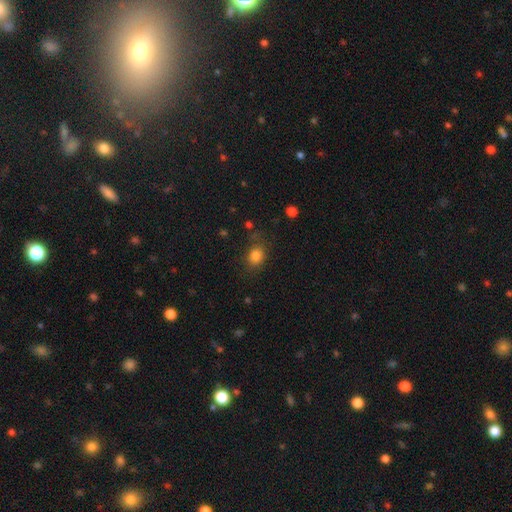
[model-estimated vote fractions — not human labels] Morphology: type=smooth (83%); roundness=round (55%); merging=none (75%).